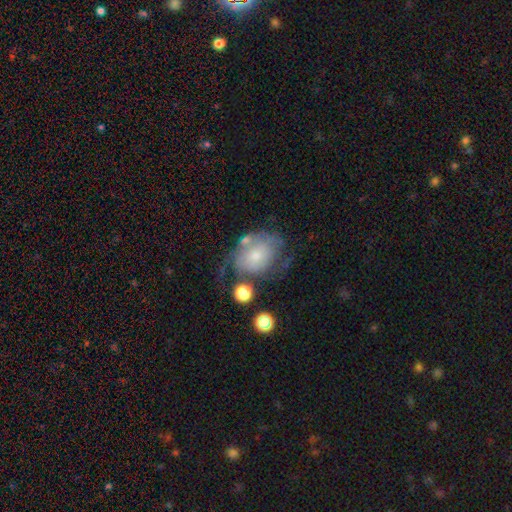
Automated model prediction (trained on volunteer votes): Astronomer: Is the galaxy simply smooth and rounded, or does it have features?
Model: featured or disk — 48% (runner-up: smooth, 44%).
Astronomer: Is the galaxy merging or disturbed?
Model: none — 36% (runner-up: minor disturbance, 27%).